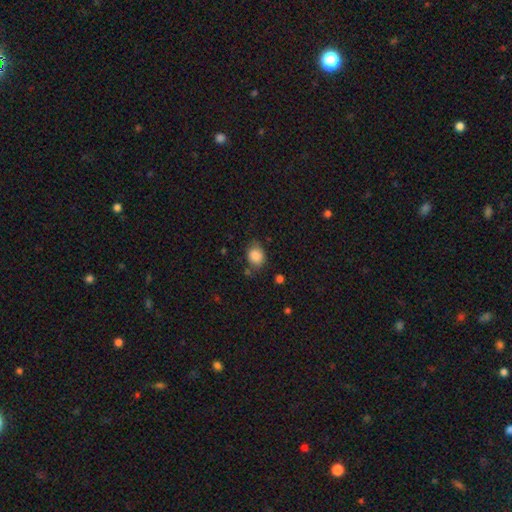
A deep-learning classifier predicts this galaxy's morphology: smooth_or_featured: smooth (p=0.85) [alt: star or artifact p=0.09]
how_rounded: in between (p=0.54) [alt: round p=0.45]
merging: none (p=0.65) [alt: minor disturbance p=0.25]